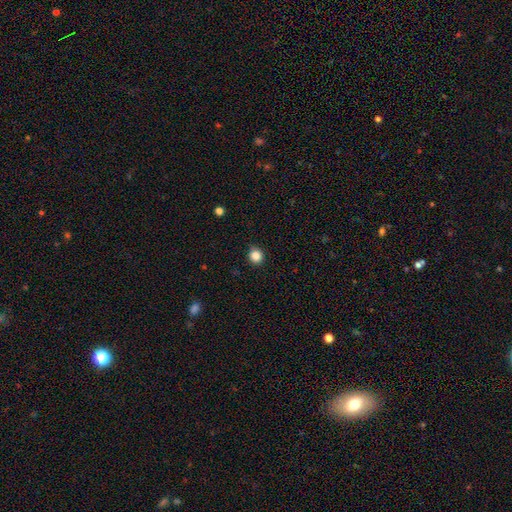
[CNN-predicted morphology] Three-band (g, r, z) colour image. It shows a smooth galaxy with no disk features (85%) that is round (89%). Merging: none (87%).